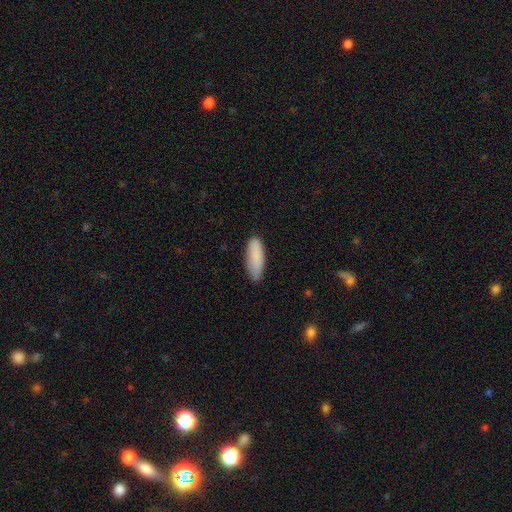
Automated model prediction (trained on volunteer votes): Smooth or featured? Predicted: smooth (p=0.88). How rounded? Predicted: in between (p=0.59). Merging? Predicted: none (p=0.76).